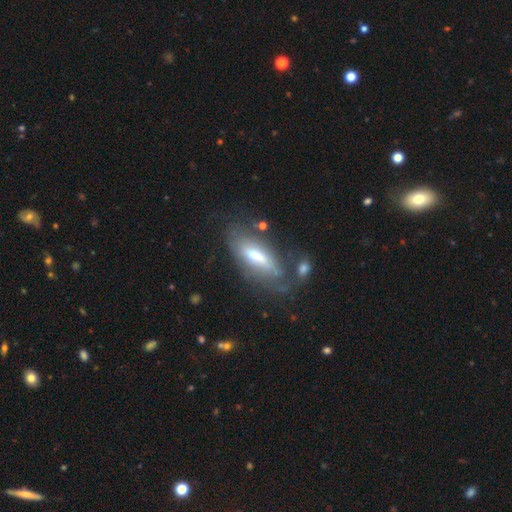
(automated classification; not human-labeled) Smooth or featured: featured or disk — 48% (smooth — 45%)
Merging: none — 49% (minor disturbance — 24%)